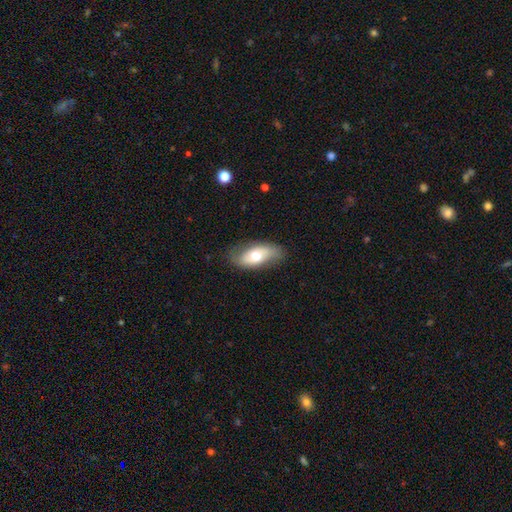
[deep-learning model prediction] Smooth or featured? smooth (59%)
How rounded? in between (89%)
Merging? none (78%)